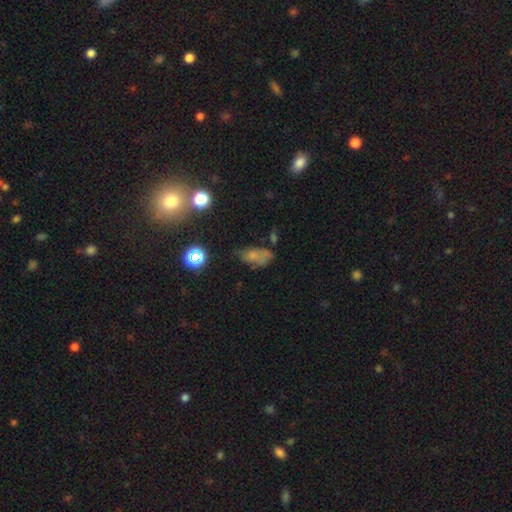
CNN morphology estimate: Smooth or featured? Predicted: smooth (p=0.57). How rounded? Predicted: in between (p=0.84). Merging? Predicted: none (p=0.42).